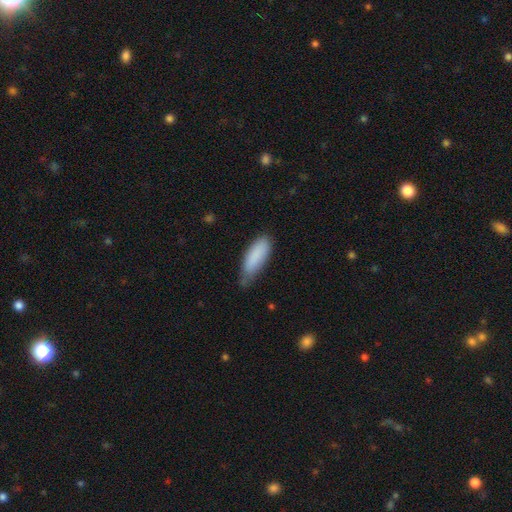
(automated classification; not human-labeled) A smooth galaxy with no disk features (88%) that is in between round and cigar-shaped (61%). Merging: none (58%).